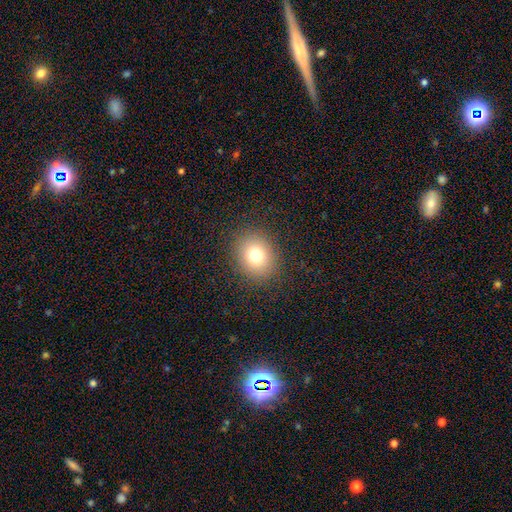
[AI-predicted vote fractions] A smooth galaxy with no disk features (75%) that is round (67%).

Vote fractions:
- Smooth or featured? smooth: 75% / star or artifact: 14% / featured or disk: 11%
- How rounded? round: 67% / in between: 32% / cigar-shaped: 1%
- Merging? none: 88% / minor disturbance: 7% / major disturbance: 3% / merger: 1%